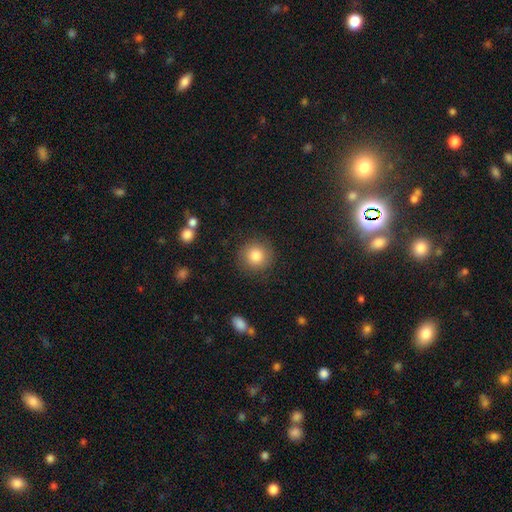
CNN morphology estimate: smooth 83%, star or artifact 9%, featured or disk 8%. Down the decision tree: how rounded — round (92%); merging — none (88%).